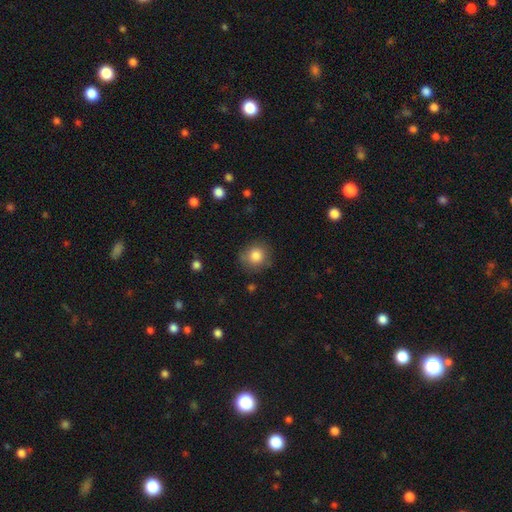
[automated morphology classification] A smooth galaxy with no disk features (83%) that is round (87%).

Vote fractions:
- Smooth or featured? smooth: 83% / star or artifact: 10% / featured or disk: 7%
- How rounded? round: 87% / in between: 12% / cigar-shaped: 1%
- Merging? none: 81% / minor disturbance: 13% / major disturbance: 4% / merger: 2%